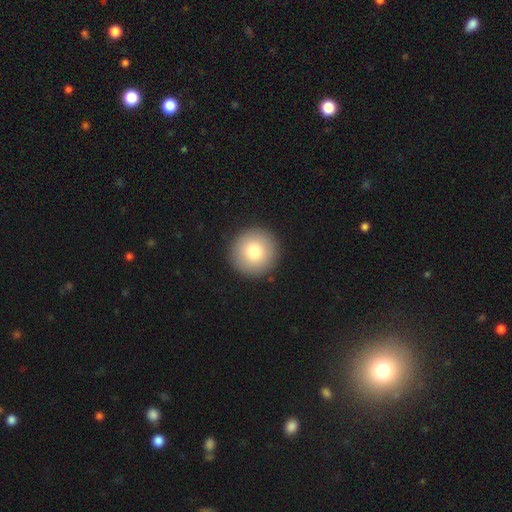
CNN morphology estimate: A smooth galaxy with no disk features (81%) that is round (96%).

Vote fractions:
- Smooth or featured? smooth: 81% / featured or disk: 11% / star or artifact: 8%
- How rounded? round: 96% / in between: 3% / cigar-shaped: 1%
- Merging? none: 92% / minor disturbance: 5% / major disturbance: 2% / merger: 1%